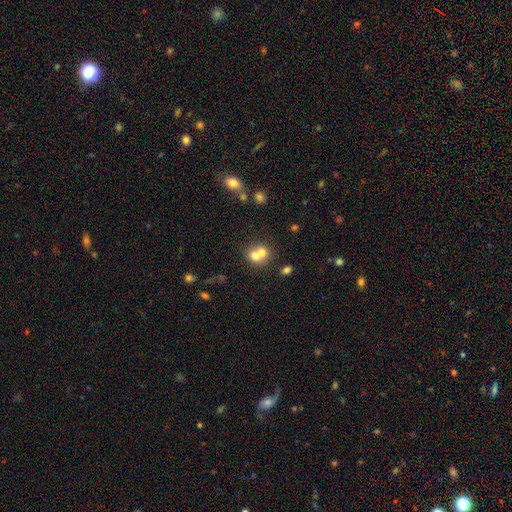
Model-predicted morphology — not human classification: Smooth or featured: smooth — 68% (featured or disk — 20%)
How rounded: round — 72% (in between — 27%)
Merging: merger — 62% (none — 29%)